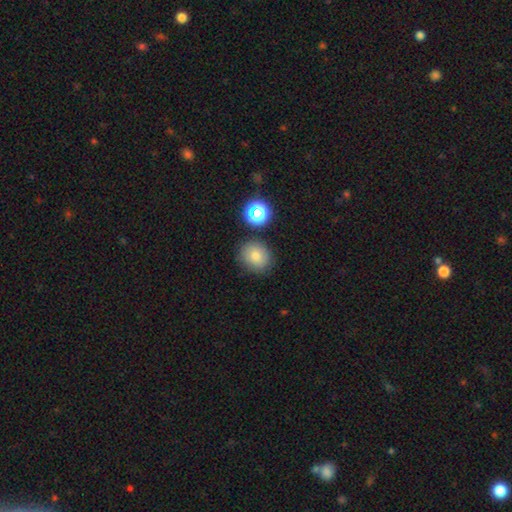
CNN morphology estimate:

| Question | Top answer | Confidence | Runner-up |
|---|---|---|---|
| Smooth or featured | smooth | 78% | star or artifact (13%) |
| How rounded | round | 75% | in between (24%) |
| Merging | none | 81% | minor disturbance (10%) |